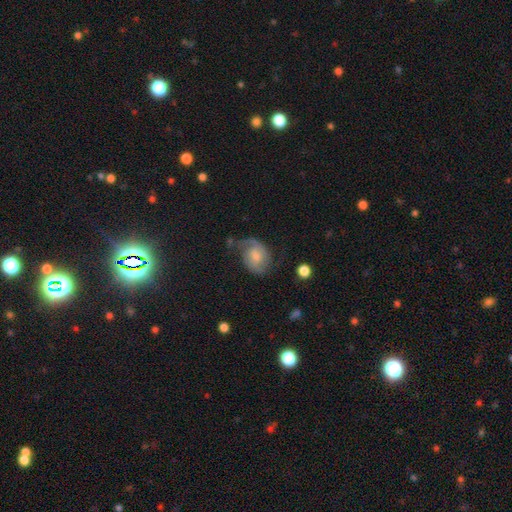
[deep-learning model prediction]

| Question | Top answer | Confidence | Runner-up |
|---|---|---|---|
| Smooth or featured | featured or disk | 67% | smooth (26%) |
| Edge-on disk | no | 97% | yes (3%) |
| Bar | no | 51% | weak (42%) |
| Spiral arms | yes | 92% | no (8%) |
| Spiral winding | medium | 45% | loose (31%) |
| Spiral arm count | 2 | 77% | 1 (12%) |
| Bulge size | moderate | 44% | small (37%) |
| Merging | none | 51% | minor disturbance (26%) |